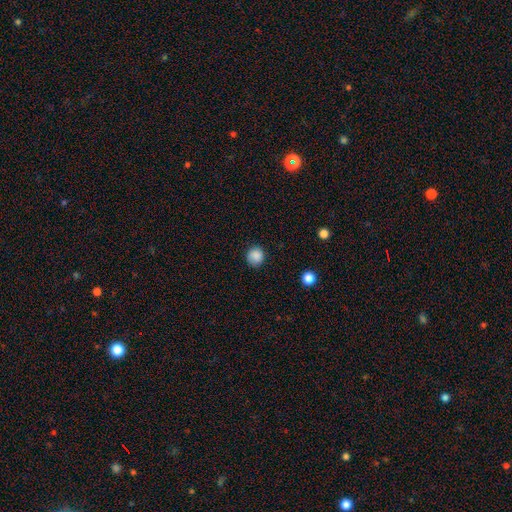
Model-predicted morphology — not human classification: smooth_or_featured: smooth (p=0.86) [alt: star or artifact p=0.10]
how_rounded: round (p=0.89) [alt: in between p=0.10]
merging: none (p=0.84) [alt: minor disturbance p=0.12]